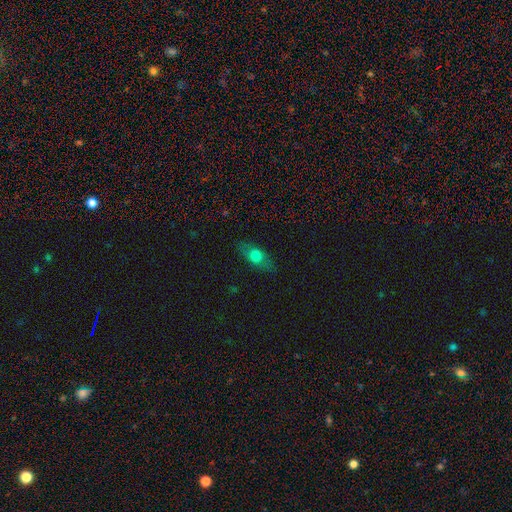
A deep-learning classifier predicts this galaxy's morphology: A smooth galaxy with no disk features (62%) that is in between round and cigar-shaped (68%).

Vote fractions:
- Smooth or featured? smooth: 62% / featured or disk: 29% / star or artifact: 9%
- How rounded? in between: 68% / cigar-shaped: 21% / round: 10%
- Merging? none: 82% / minor disturbance: 13% / major disturbance: 4% / merger: 1%